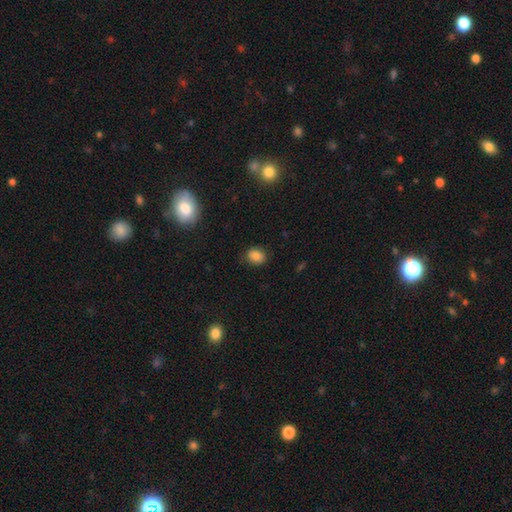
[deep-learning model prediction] Q: Smooth or featured?
A: smooth (84%); runner-up: star or artifact (11%)
Q: How rounded?
A: round (57%); runner-up: in between (42%)
Q: Merging?
A: none (82%); runner-up: minor disturbance (14%)